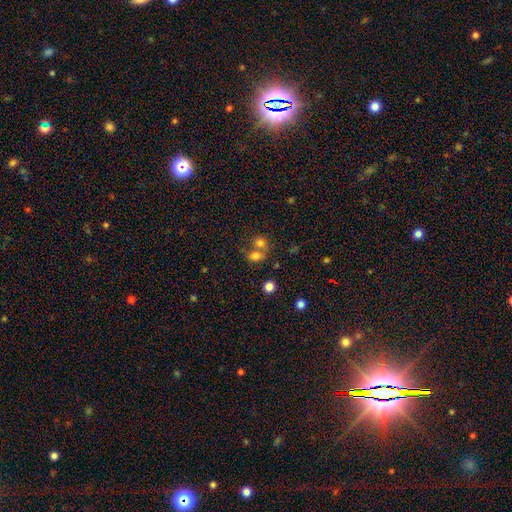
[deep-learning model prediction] Smooth or featured?
  - smooth: 74% *
  - star or artifact: 14%
  - featured or disk: 11%
How rounded?
  - round: 53% *
  - in between: 45%
  - cigar-shaped: 1%
Merging?
  - merger: 52% *
  - none: 35%
  - minor disturbance: 8%
  - major disturbance: 5%